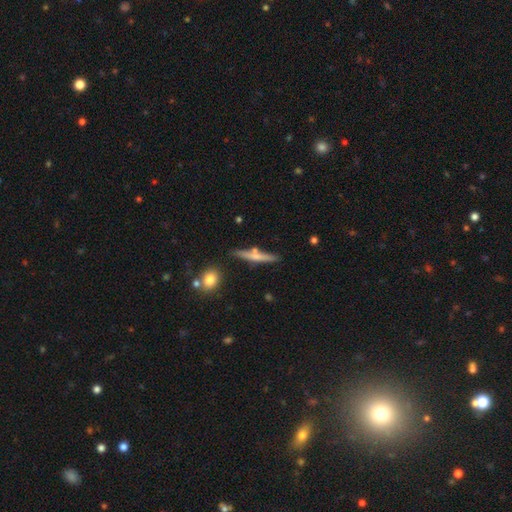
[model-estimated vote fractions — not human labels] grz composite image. It shows a smooth galaxy with no disk features (54%) that is cigar-shaped (92%). Merging: none (77%).